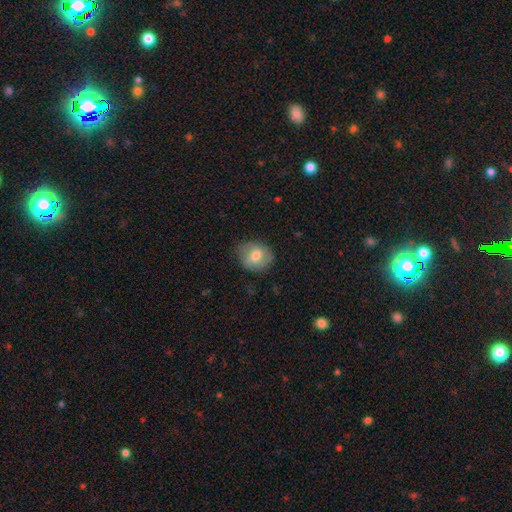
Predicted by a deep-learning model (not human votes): smooth 63%, featured or disk 30%, star or artifact 7%. Down the decision tree: how rounded — round (59%); merging — none (73%).